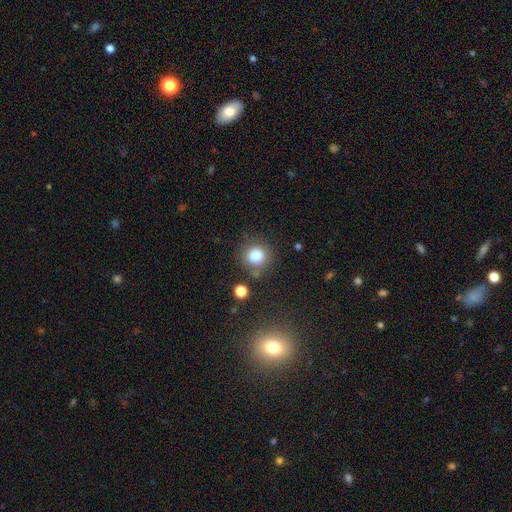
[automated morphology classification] smooth_or_featured: smooth (p=0.83) [alt: star or artifact p=0.11]
how_rounded: round (p=0.90) [alt: in between p=0.09]
merging: none (p=0.72) [alt: minor disturbance p=0.14]